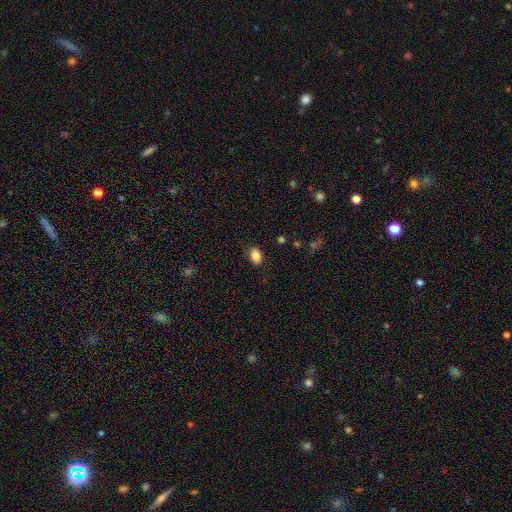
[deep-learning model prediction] Smooth or featured? smooth (86%)
How rounded? in between (84%)
Merging? none (83%)